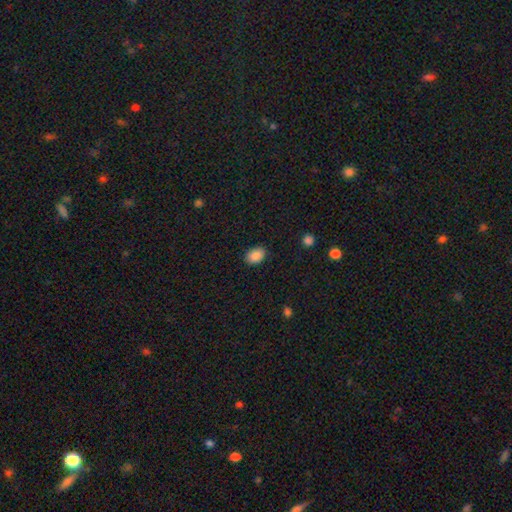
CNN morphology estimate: Smooth or featured? Predicted: smooth (p=0.87). How rounded? Predicted: in between (p=0.76). Merging? Predicted: none (p=0.88).